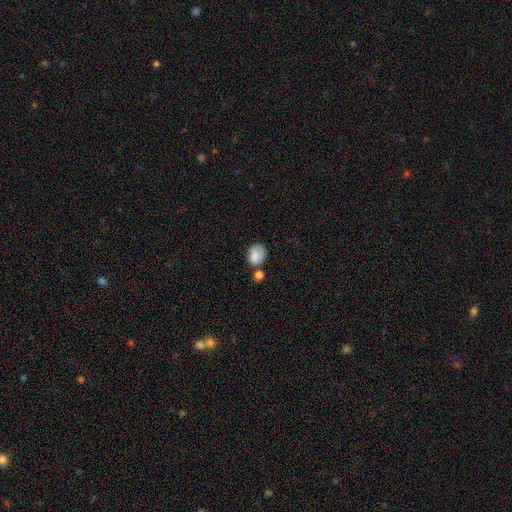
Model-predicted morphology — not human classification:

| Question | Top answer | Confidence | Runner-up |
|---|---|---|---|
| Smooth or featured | smooth | 80% | featured or disk (12%) |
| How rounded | in between | 59% | round (40%) |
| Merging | none | 50% | minor disturbance (23%) |